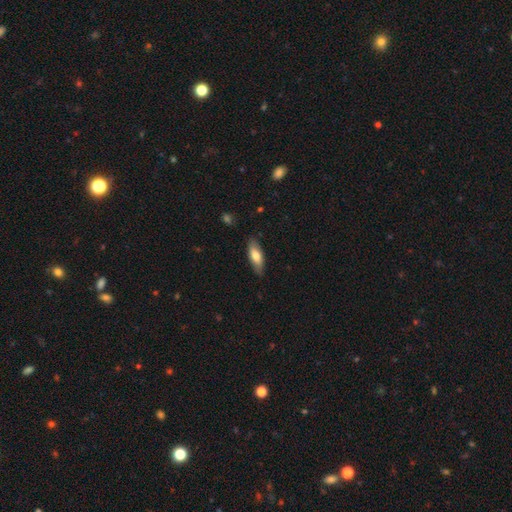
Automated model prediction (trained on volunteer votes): A smooth galaxy with no disk features (72%) that is in between round and cigar-shaped (65%).

Vote fractions:
- Smooth or featured? smooth: 72% / featured or disk: 22% / star or artifact: 6%
- How rounded? in between: 65% / cigar-shaped: 33% / round: 2%
- Merging? none: 83% / minor disturbance: 14% / major disturbance: 2% / merger: 1%